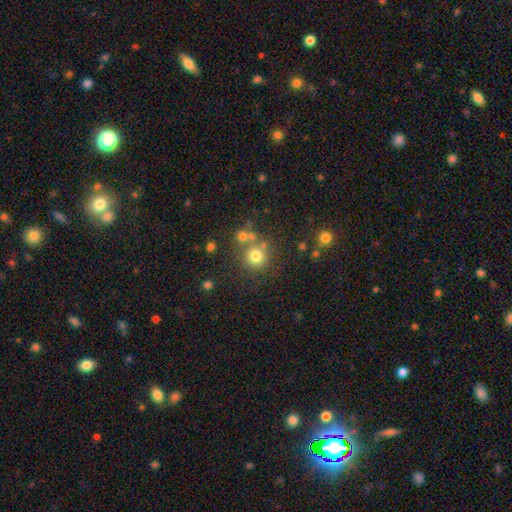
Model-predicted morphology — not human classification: This appears to be a smooth galaxy with no disk features (74%) that is round (92%). Merging: none (68%).